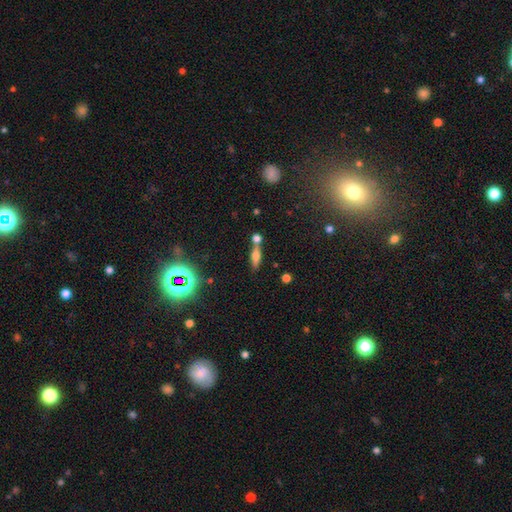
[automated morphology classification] Smooth or featured?
  - smooth: 57% *
  - featured or disk: 28%
  - star or artifact: 16%
How rounded?
  - cigar-shaped: 51% *
  - in between: 43%
  - round: 6%
Merging?
  - none: 55% *
  - merger: 29%
  - minor disturbance: 11%
  - major disturbance: 4%